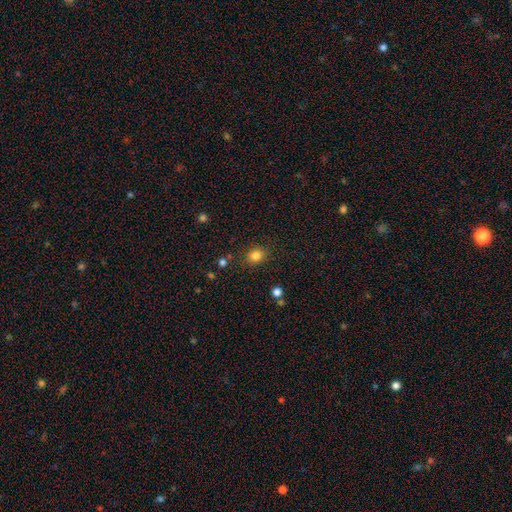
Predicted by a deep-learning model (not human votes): smooth 83%, star or artifact 12%, featured or disk 5%. Down the decision tree: how rounded — round (69%); merging — none (86%).